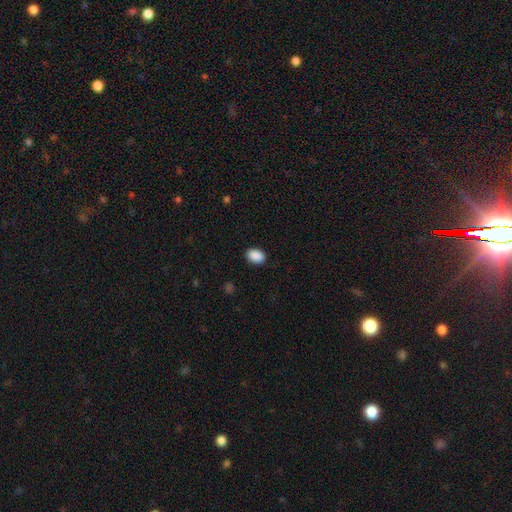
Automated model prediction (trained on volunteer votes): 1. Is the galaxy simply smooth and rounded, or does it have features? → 91% smooth, 7% star or artifact, 2% featured or disk.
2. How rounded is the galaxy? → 87% in between, 12% round, 1% cigar-shaped.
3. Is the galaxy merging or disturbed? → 89% none, 8% minor disturbance, 2% major disturbance, 1% merger.